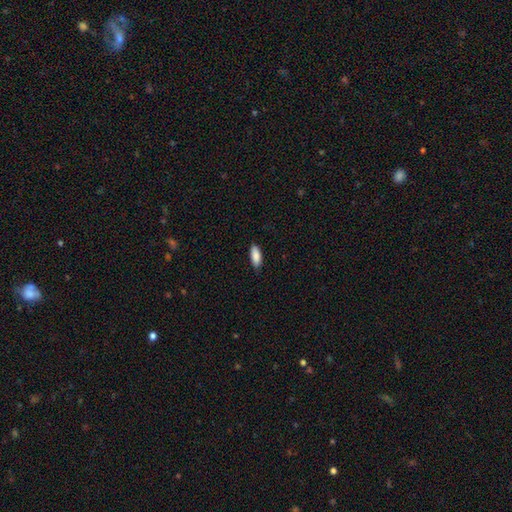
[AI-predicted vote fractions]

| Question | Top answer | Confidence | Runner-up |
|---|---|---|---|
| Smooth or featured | smooth | 88% | star or artifact (6%) |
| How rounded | in between | 80% | cigar-shaped (18%) |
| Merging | none | 82% | minor disturbance (15%) |